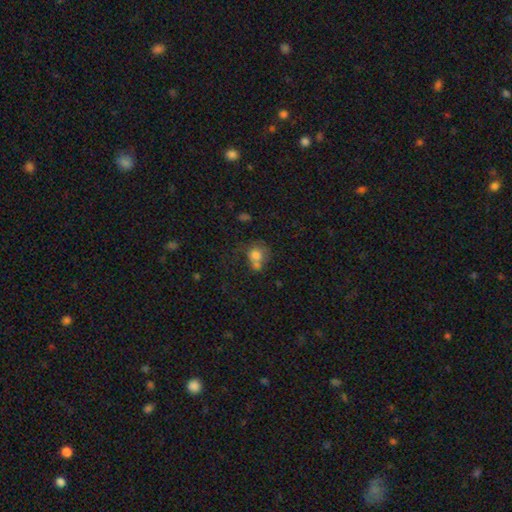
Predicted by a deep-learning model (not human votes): smooth-or-featured: smooth: 74% | featured or disk: 14% | star or artifact: 11%
  how-rounded: round: 70% | in between: 29% | cigar-shaped: 1%
  merging: merger: 41% | none: 32% | minor disturbance: 15% | major disturbance: 12%